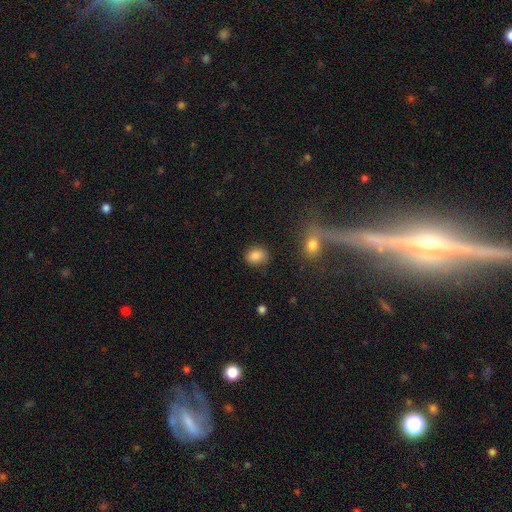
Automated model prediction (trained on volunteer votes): smooth-or-featured: smooth: 85% | star or artifact: 9% | featured or disk: 5%
  how-rounded: round: 51% | in between: 48% | cigar-shaped: 1%
  merging: none: 85% | minor disturbance: 10% | major disturbance: 3% | merger: 2%